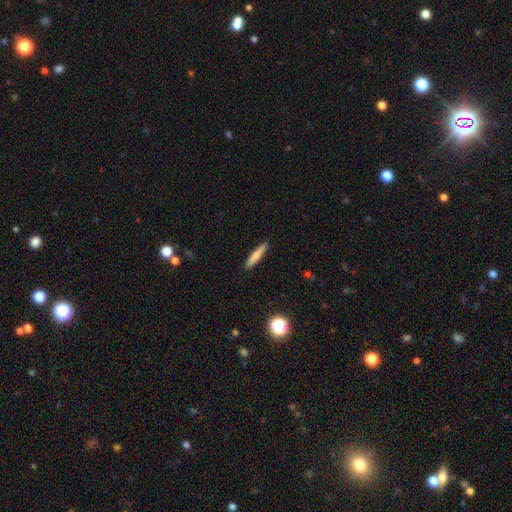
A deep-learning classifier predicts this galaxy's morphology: smooth 76%, featured or disk 17%, star or artifact 7%. Down the decision tree: how rounded — cigar-shaped (92%); merging — none (89%).